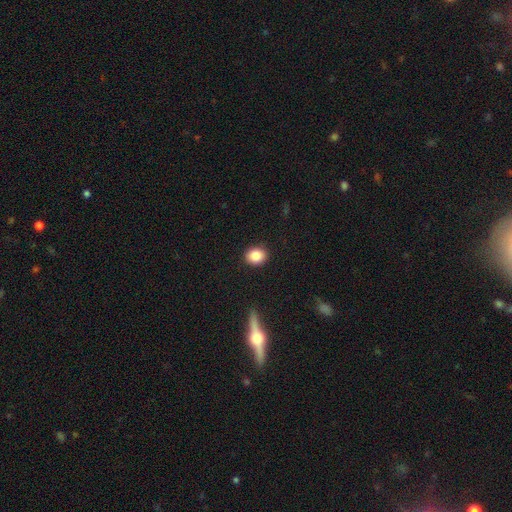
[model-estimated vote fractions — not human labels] Q: Smooth or featured?
A: smooth (86%); runner-up: star or artifact (9%)
Q: How rounded?
A: round (62%); runner-up: in between (37%)
Q: Merging?
A: none (90%); runner-up: minor disturbance (7%)